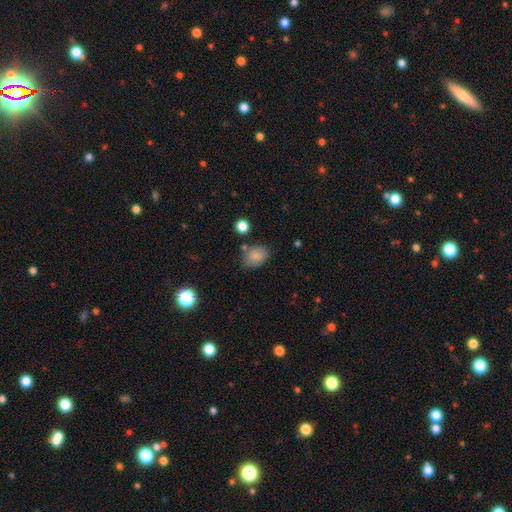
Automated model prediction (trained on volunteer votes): This is clearly a smooth galaxy (83%). How rounded: likely in between (76%). Merging: likely none (73%).